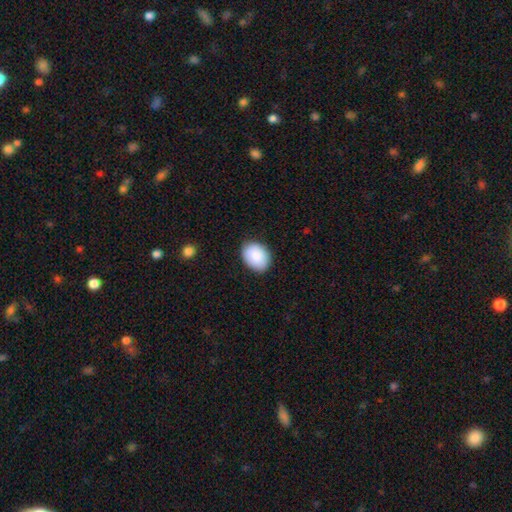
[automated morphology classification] Smooth or featured: smooth — 87% (star or artifact — 7%)
How rounded: in between — 66% (round — 33%)
Merging: none — 84% (minor disturbance — 13%)